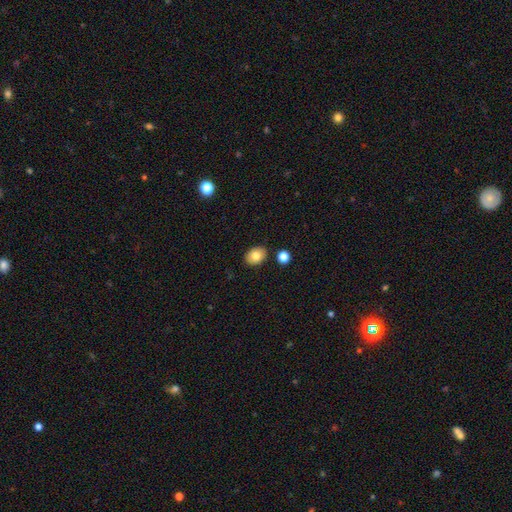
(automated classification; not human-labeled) Smooth or featured? Predicted: smooth (p=0.81). How rounded? Predicted: in between (p=0.73). Merging? Predicted: none (p=0.86).